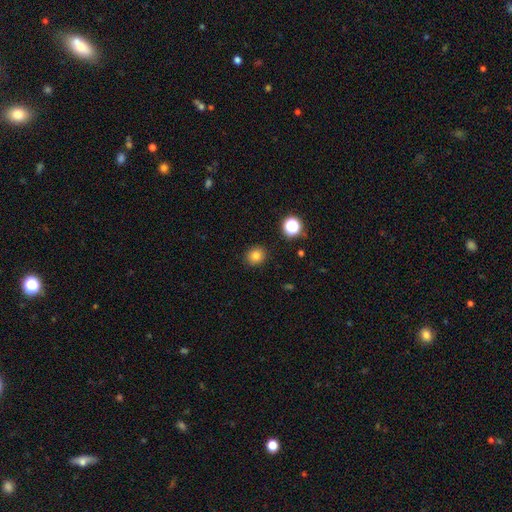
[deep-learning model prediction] This appears to be a smooth galaxy with no disk features (81%) that is round (83%). Merging: none (90%).